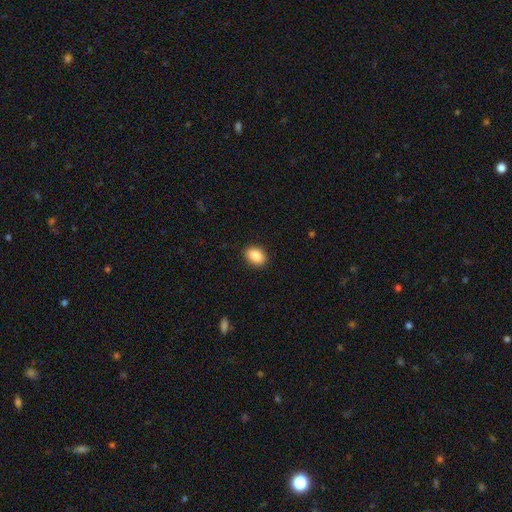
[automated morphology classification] smooth-or-featured: smooth: 88% | star or artifact: 8% | featured or disk: 4%
  how-rounded: in between: 79% | round: 19% | cigar-shaped: 1%
  merging: none: 89% | minor disturbance: 8% | major disturbance: 2% | merger: 1%